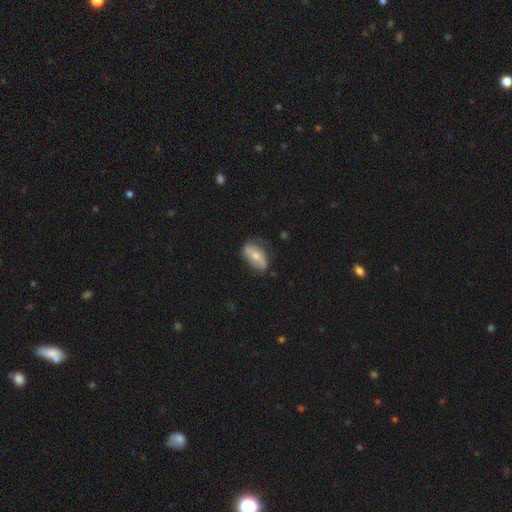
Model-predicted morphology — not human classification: Smooth or featured? Predicted: smooth (p=0.52). How rounded? Predicted: in between (p=0.88). Merging? Predicted: none (p=0.67).